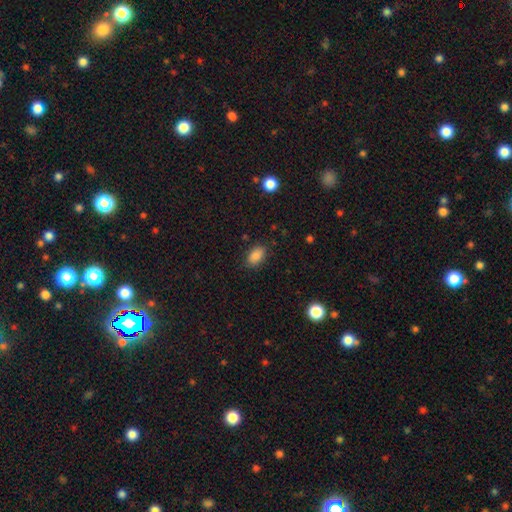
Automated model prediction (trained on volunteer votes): smooth_or_featured: smooth (p=0.86) [alt: star or artifact p=0.09]
how_rounded: in between (p=0.90) [alt: round p=0.08]
merging: none (p=0.84) [alt: minor disturbance p=0.12]